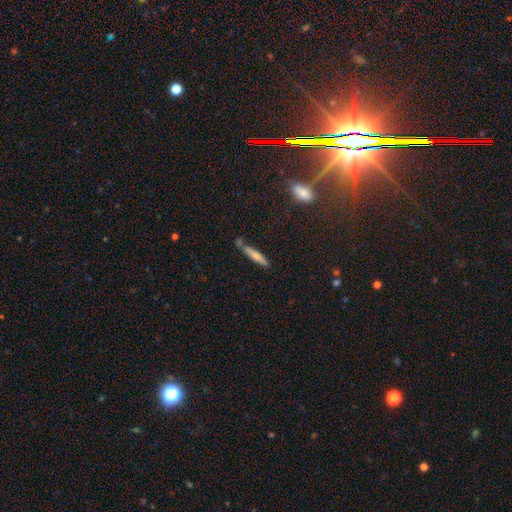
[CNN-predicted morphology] A smooth galaxy with no disk features (64%) that is cigar-shaped (88%). Merging: none (67%).